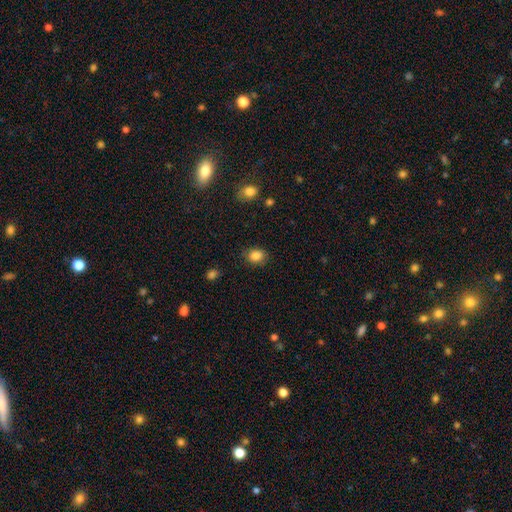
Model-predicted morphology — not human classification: smooth 85%, star or artifact 10%, featured or disk 5%. Down the decision tree: how rounded — in between (52%); merging — none (84%).